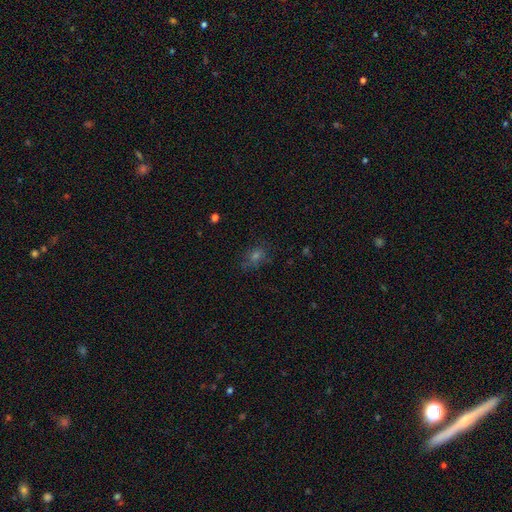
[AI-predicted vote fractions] The model was most divided on "smooth or featured": smooth: 49%, star or artifact: 35%, featured or disk: 16%. More confident: merging — none (76%).